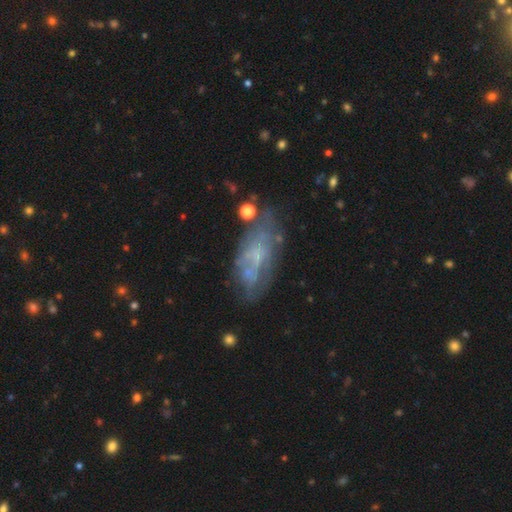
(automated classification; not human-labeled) featured or disk 56%, smooth 33%, star or artifact 11%. Down the decision tree: edge-on disk — no (90%); bar — no (79%); spiral arms — no (65%); bulge size — none (47%); merging — none (55%).